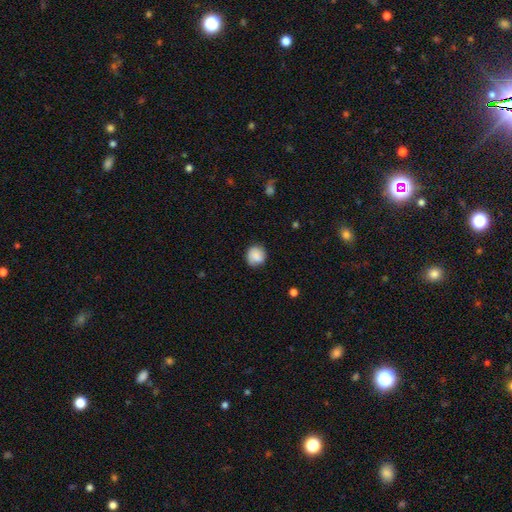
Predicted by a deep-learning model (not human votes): The model was most divided on "merging": none: 79%, minor disturbance: 16%, major disturbance: 4%, merger: 1%. More confident: how rounded — round (86%); smooth or featured — smooth (83%).